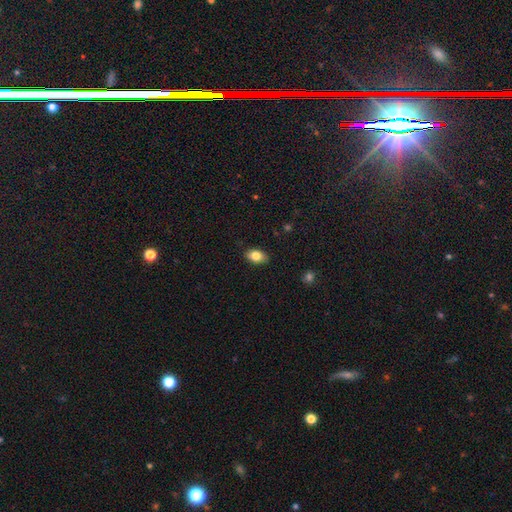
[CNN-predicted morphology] Smooth or featured: smooth — 82% (featured or disk — 10%)
How rounded: in between — 88% (round — 10%)
Merging: none — 87% (minor disturbance — 10%)